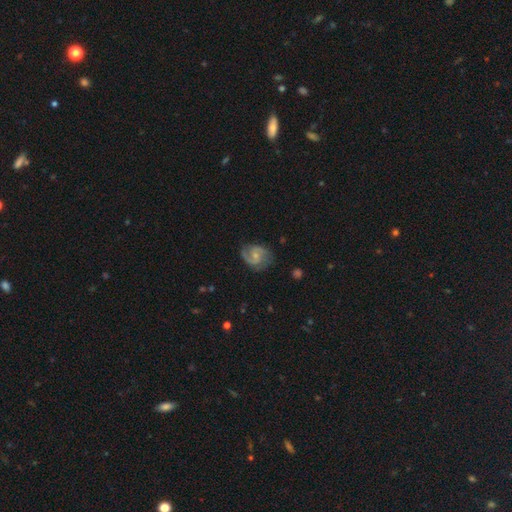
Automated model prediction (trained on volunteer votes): Overall: featured or disk (83%). Edge-on disk: no (98%). Bar: no (52%; weak 41%). Spiral arms: yes (96%). Spiral arm count: 2 (87%). Spiral winding: medium (54%; tight 26%). Bulge size: small (58%; moderate 35%). Merging: none (73%).